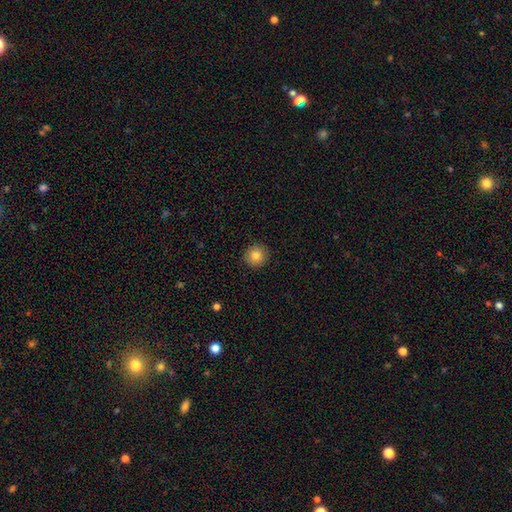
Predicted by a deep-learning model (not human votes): Overall: smooth (82%). How rounded: round (92%). Merging: none (91%).